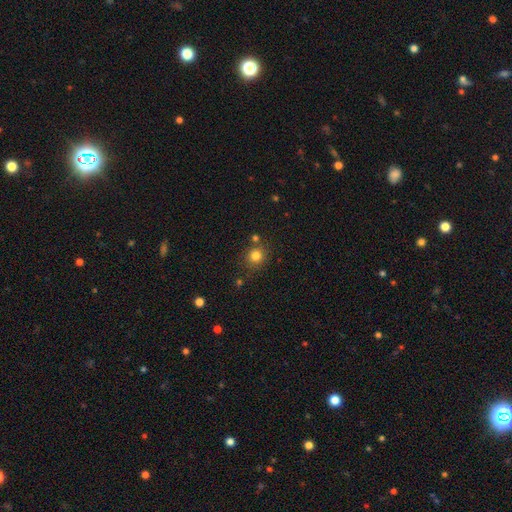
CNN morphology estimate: Smooth or featured? smooth (80%)
How rounded? round (87%)
Merging? none (78%)